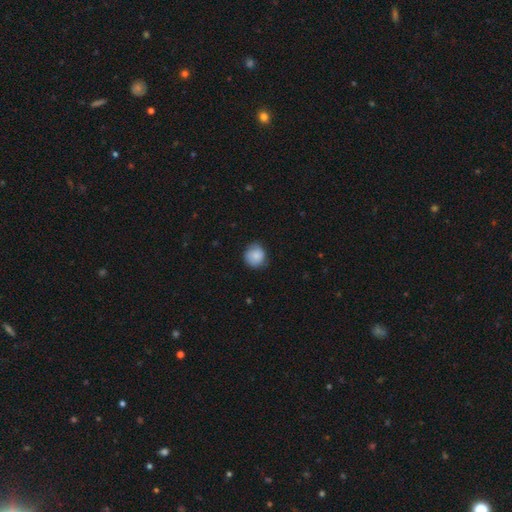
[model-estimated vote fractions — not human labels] Smooth or featured?
  - smooth: 85% *
  - star or artifact: 7%
  - featured or disk: 7%
How rounded?
  - round: 85% *
  - in between: 14%
  - cigar-shaped: 1%
Merging?
  - none: 75% *
  - minor disturbance: 20%
  - major disturbance: 4%
  - merger: 1%